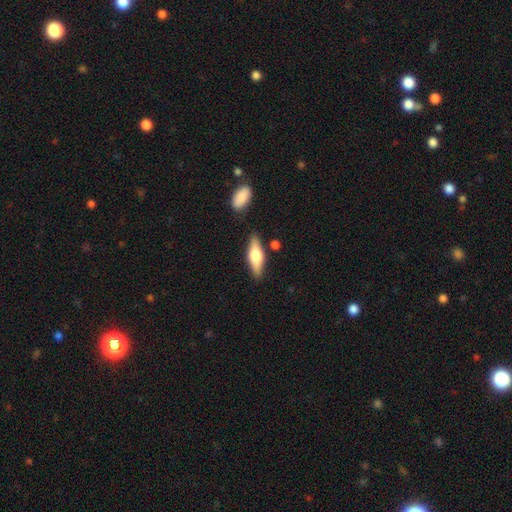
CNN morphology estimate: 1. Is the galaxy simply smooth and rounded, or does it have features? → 47% smooth (tied), 47% featured or disk (tied), 6% star or artifact.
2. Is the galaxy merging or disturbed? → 82% none, 11% minor disturbance, 5% merger, 3% major disturbance.